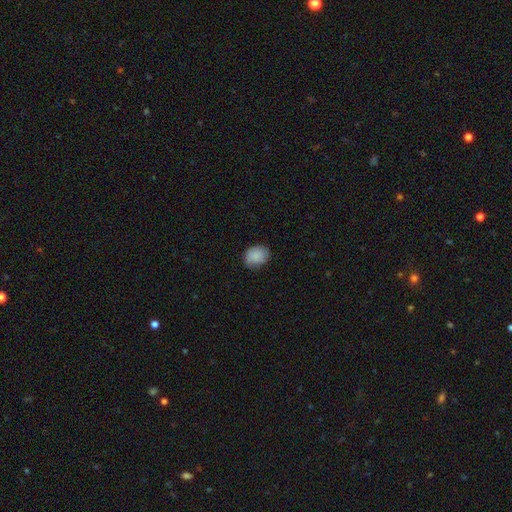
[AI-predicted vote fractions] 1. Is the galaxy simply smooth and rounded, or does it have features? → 86% smooth, 7% star or artifact, 7% featured or disk.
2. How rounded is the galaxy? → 52% in between, 47% round, 1% cigar-shaped.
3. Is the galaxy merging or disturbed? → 72% none, 22% minor disturbance, 4% major disturbance, 1% merger.